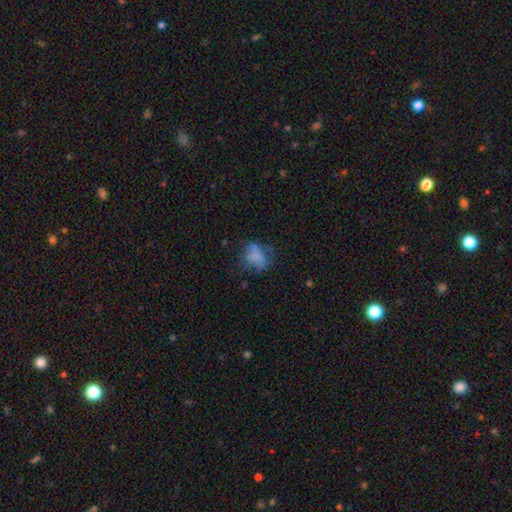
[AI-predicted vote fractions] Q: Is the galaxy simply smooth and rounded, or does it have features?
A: smooth — 63%.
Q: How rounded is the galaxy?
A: in between — 60%.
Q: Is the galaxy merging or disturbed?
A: none — 45%.